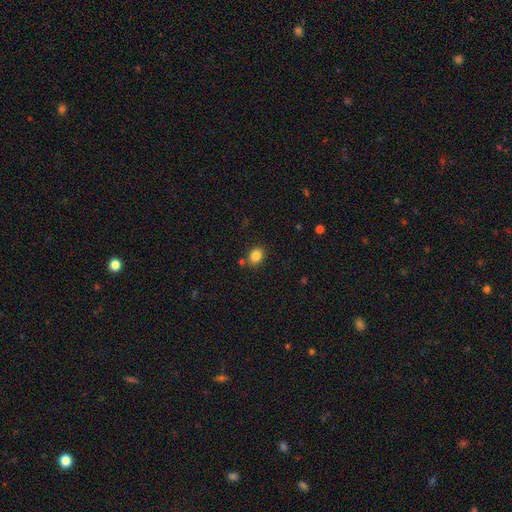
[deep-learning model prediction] A smooth galaxy with no disk features (85%) that is in between round and cigar-shaped (53%). Merging: none (80%).